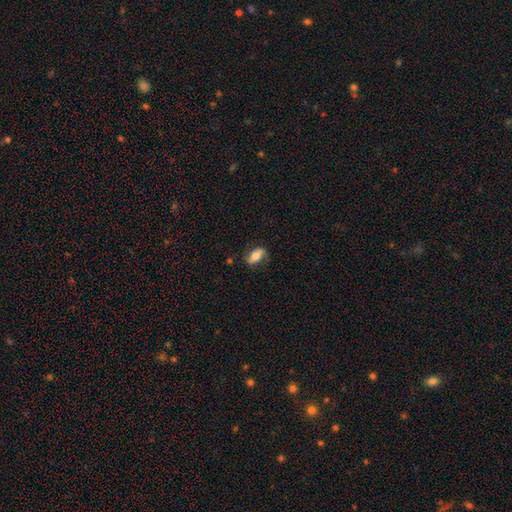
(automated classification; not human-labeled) Smooth or featured? smooth (50%)
Merging? none (71%)